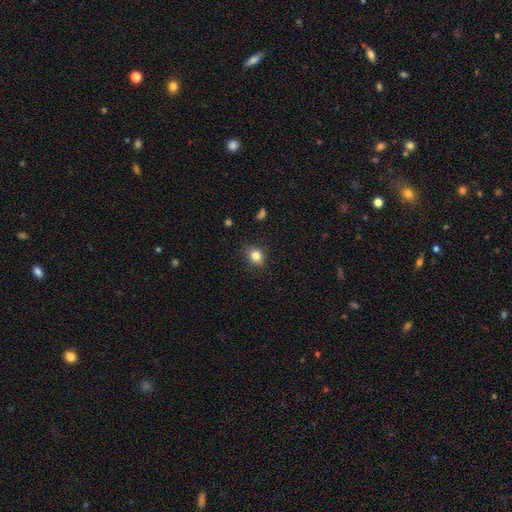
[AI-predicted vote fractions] Overall: smooth (82%). How rounded: in between (50%; round 49%). Merging: none (81%).